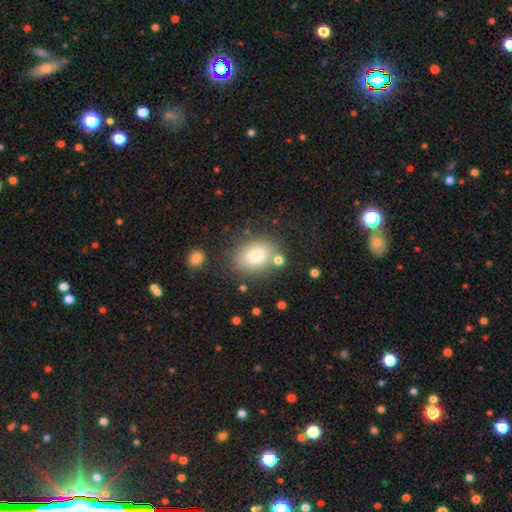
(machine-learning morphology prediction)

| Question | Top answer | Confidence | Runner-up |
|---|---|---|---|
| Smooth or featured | smooth | 80% | featured or disk (11%) |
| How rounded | in between | 63% | round (36%) |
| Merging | none | 77% | minor disturbance (12%) |